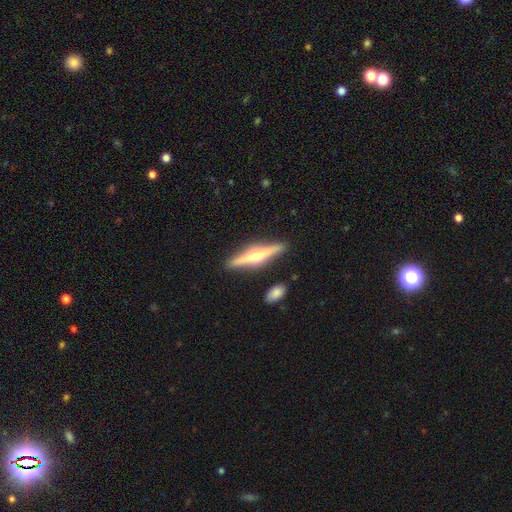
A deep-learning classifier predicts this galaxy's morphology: This is likely a featured or disk galaxy (69%). It is clearly viewed edge-on (97%). Edge-on bulge: clearly rounded (88%). Merging: clearly none (88%).